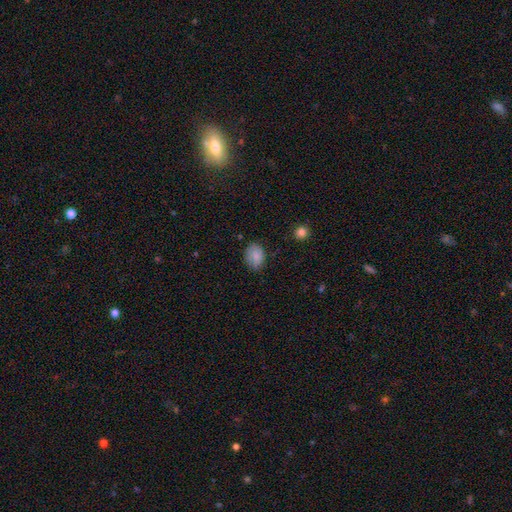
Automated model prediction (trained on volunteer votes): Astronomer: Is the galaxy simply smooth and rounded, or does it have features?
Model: smooth — 85%.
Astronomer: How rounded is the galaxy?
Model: in between — 70%.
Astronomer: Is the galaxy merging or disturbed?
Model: none — 73%.